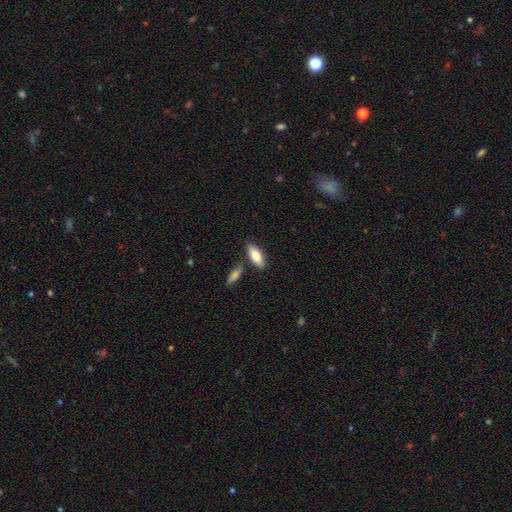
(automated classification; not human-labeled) A smooth galaxy with no disk features (79%) that is in between round and cigar-shaped (79%).

Vote fractions:
- Smooth or featured? smooth: 79% / featured or disk: 15% / star or artifact: 6%
- How rounded? in between: 79% / cigar-shaped: 19% / round: 2%
- Merging? none: 76% / minor disturbance: 12% / merger: 10% / major disturbance: 3%